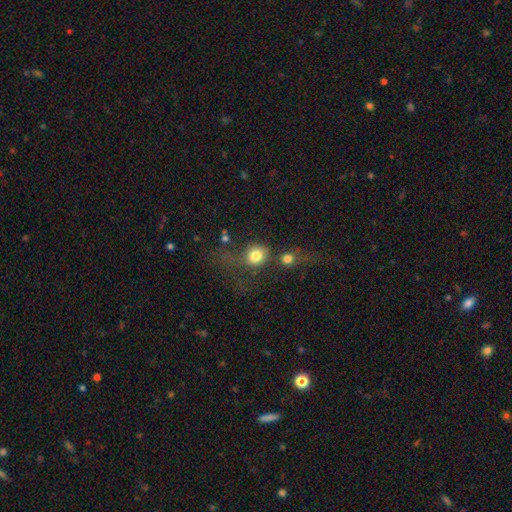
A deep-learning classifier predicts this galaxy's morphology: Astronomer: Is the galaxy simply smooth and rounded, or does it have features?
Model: smooth — 78%.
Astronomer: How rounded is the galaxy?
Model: round — 80%.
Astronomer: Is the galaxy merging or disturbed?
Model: none — 41% (runner-up: merger, 26%).